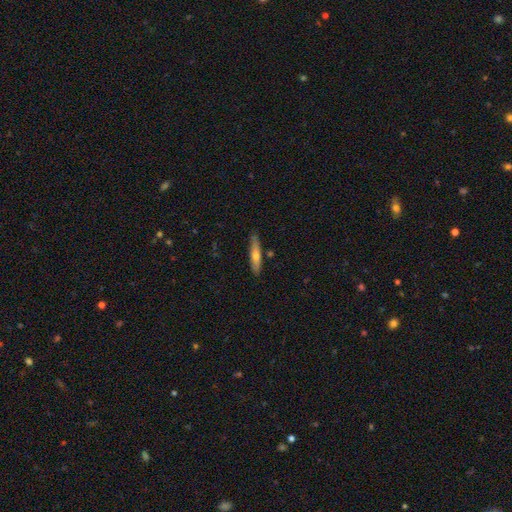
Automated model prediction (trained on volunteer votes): The model was most divided on "smooth or featured": smooth: 60%, featured or disk: 34%, star or artifact: 6%. More confident: how rounded — cigar-shaped (85%); merging — none (83%).